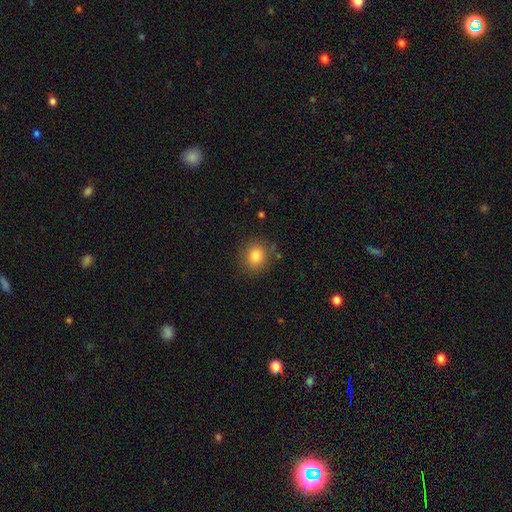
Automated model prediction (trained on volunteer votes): Smooth or featured?
  - smooth: 83% *
  - star or artifact: 10%
  - featured or disk: 7%
How rounded?
  - round: 72% *
  - in between: 27%
  - cigar-shaped: 1%
Merging?
  - none: 83% *
  - minor disturbance: 11%
  - major disturbance: 4%
  - merger: 2%